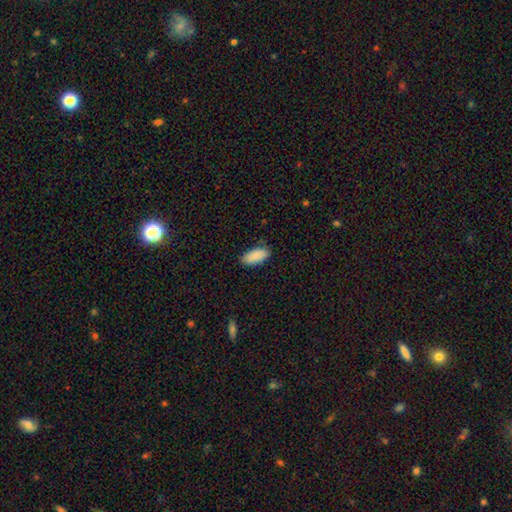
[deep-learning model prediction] Overall: smooth (90%). How rounded: in between (90%). Merging: none (85%).